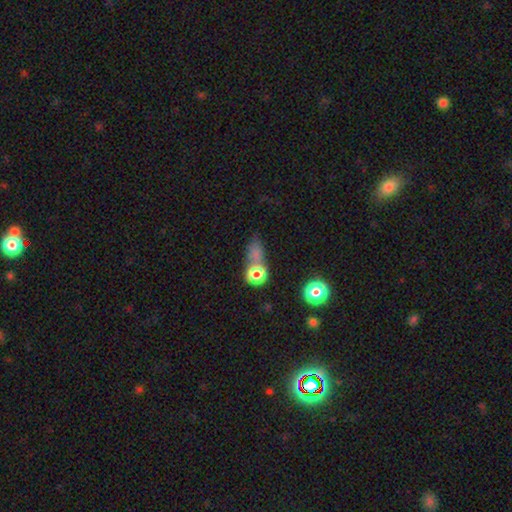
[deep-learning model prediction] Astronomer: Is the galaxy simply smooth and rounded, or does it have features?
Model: smooth — 69%.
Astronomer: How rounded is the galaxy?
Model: round — 58% (runner-up: in between, 36%).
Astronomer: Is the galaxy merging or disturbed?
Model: merger — 39% (runner-up: none, 33%).